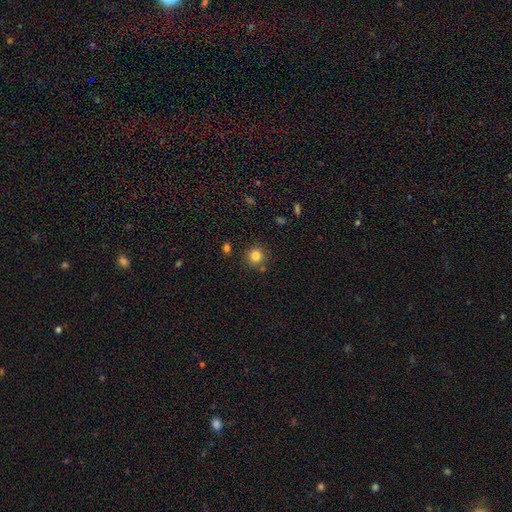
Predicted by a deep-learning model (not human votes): This appears to be a smooth galaxy with no disk features (82%) that is round (91%). Merging: none (84%).